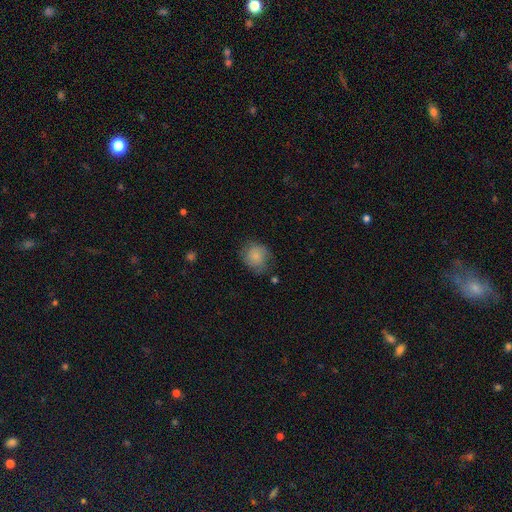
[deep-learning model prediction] This appears to be a smooth galaxy with no disk features (81%) that is round (76%). Merging: none (64%).